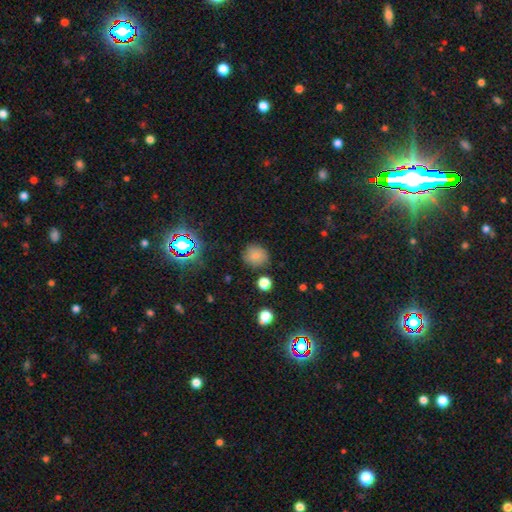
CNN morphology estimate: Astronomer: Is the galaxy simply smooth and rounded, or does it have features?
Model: smooth — 76%.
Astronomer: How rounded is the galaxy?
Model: round — 83%.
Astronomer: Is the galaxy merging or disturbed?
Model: none — 80%.